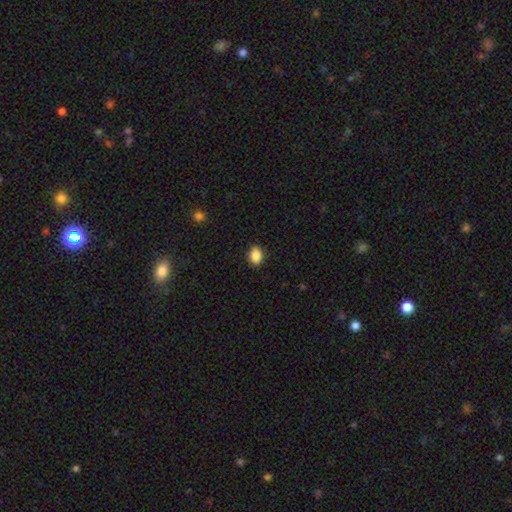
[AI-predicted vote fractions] smooth_or_featured: smooth (p=0.88) [alt: star or artifact p=0.09]
how_rounded: in between (p=0.71) [alt: round p=0.28]
merging: none (p=0.90) [alt: minor disturbance p=0.07]